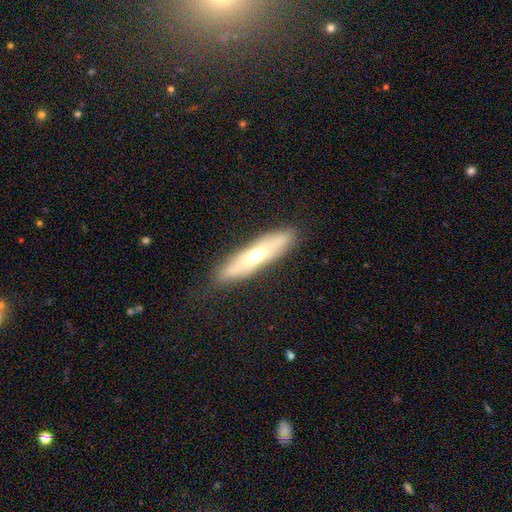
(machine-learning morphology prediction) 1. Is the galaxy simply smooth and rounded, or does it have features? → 49% smooth, 44% featured or disk, 7% star or artifact.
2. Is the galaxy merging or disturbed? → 83% none, 13% minor disturbance, 3% major disturbance, 1% merger.